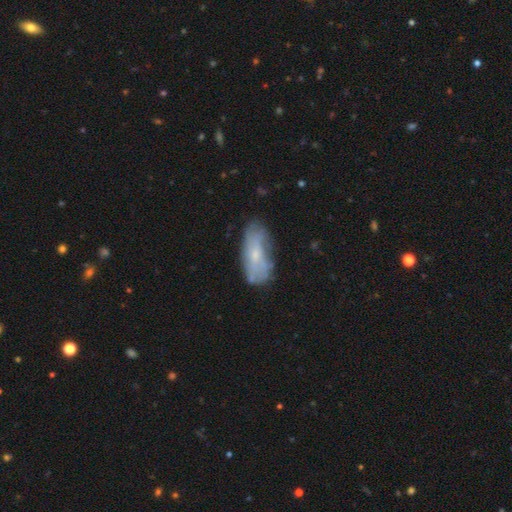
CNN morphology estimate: This is possibly a smooth galaxy (51%). How rounded: clearly in between (83%). Merging: likely none (63%).